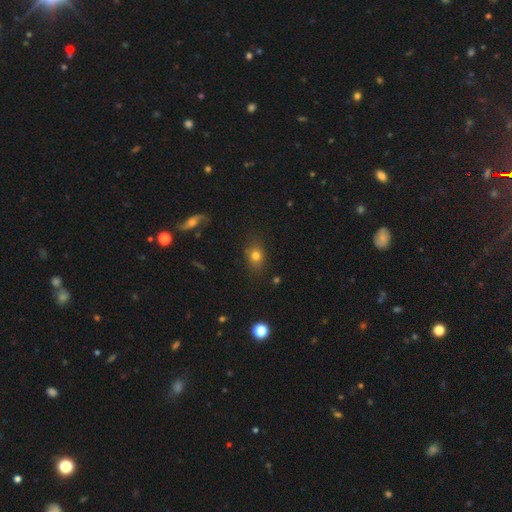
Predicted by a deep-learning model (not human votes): Smooth or featured: smooth — 77% (star or artifact — 13%)
How rounded: in between — 57% (round — 41%)
Merging: none — 79% (minor disturbance — 15%)